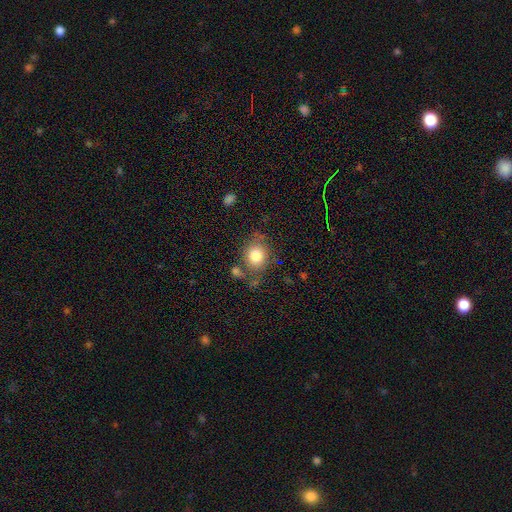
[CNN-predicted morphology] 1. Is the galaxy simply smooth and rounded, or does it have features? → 79% smooth, 11% featured or disk, 10% star or artifact.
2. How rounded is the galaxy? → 61% round, 38% in between, 1% cigar-shaped.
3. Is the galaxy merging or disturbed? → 70% none, 17% minor disturbance, 7% merger, 6% major disturbance.